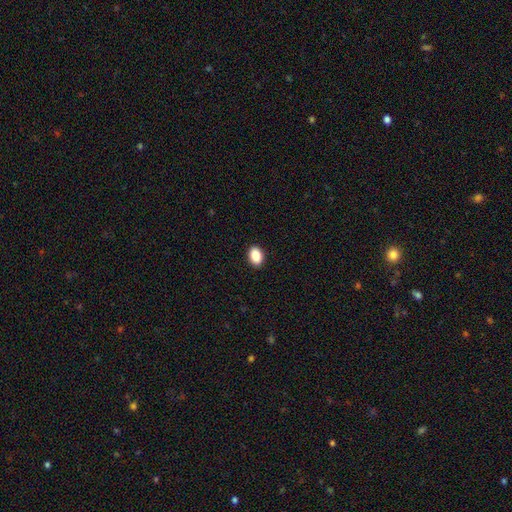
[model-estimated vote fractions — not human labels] A smooth galaxy with no disk features (89%) that is in between round and cigar-shaped (84%).

Vote fractions:
- Smooth or featured? smooth: 89% / star or artifact: 8% / featured or disk: 3%
- How rounded? in between: 84% / round: 15% / cigar-shaped: 1%
- Merging? none: 91% / minor disturbance: 6% / major disturbance: 2% / merger: 1%